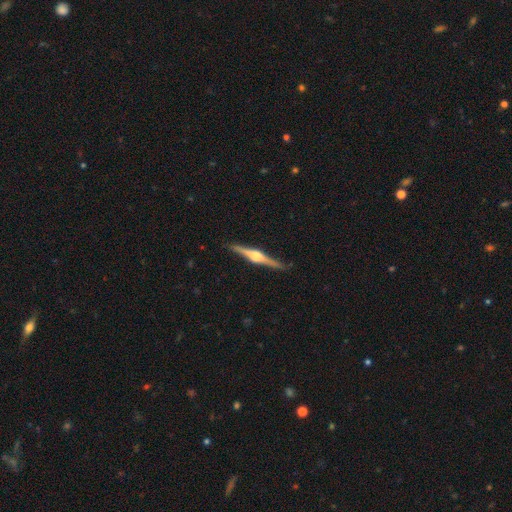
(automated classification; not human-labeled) Smooth or featured? featured or disk (84%)
Edge-on disk? yes (98%)
Edge-on bulge? rounded (89%)
Merging? none (90%)